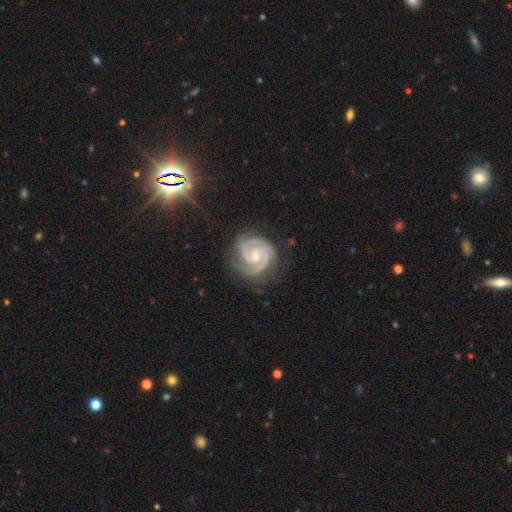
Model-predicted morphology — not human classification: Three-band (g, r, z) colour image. It shows a featured or disk galaxy (93%) with no bar (60%), 2 (71%) tight (70%) spiral arms (99%) and a small central bulge (56%). Merging: none (78%).